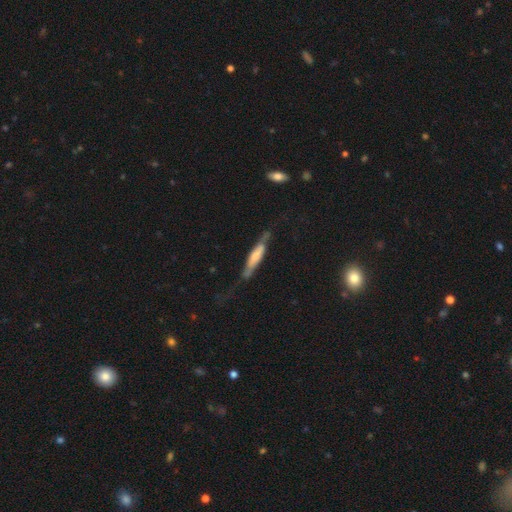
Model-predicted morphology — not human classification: Overall: featured or disk (50%; smooth 45%). Merging: none (52%; minor disturbance 28%).